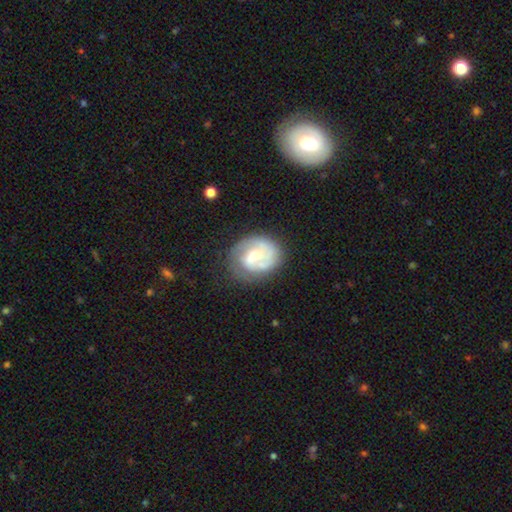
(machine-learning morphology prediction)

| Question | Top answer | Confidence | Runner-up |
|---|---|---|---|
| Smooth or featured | featured or disk | 71% | smooth (23%) |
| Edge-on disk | no | 98% | yes (2%) |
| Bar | no | 46% | weak (44%) |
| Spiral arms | yes | 84% | no (16%) |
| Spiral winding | tight | 46% | medium (38%) |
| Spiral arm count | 2 | 52% | 1 (21%) |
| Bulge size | moderate | 48% | small (41%) |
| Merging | none | 63% | minor disturbance (22%) |